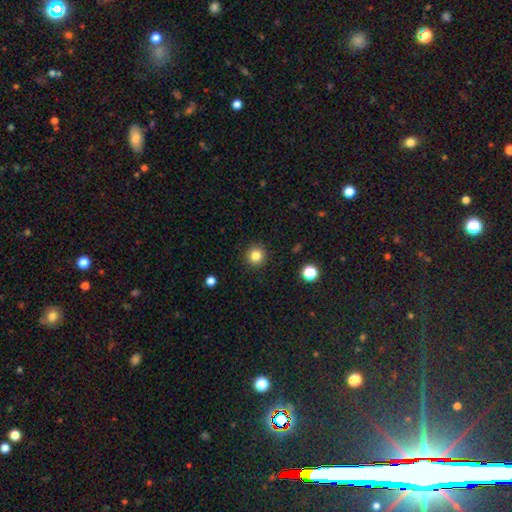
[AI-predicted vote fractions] This is clearly a smooth galaxy (84%). How rounded: clearly round (94%). Merging: clearly none (91%).